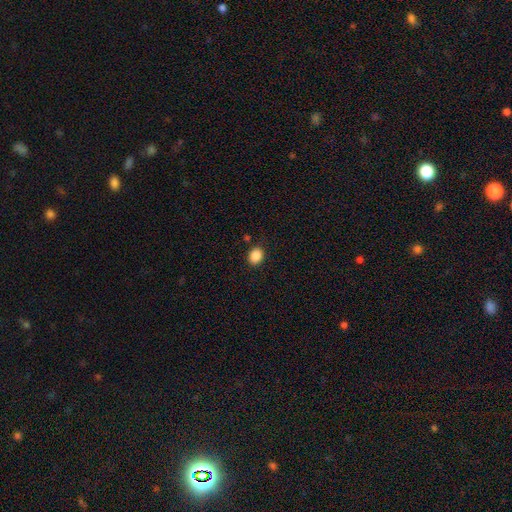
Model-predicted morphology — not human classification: A smooth galaxy with no disk features (87%) that is round (53%).

Vote fractions:
- Smooth or featured? smooth: 87% / star or artifact: 9% / featured or disk: 3%
- How rounded? round: 53% / in between: 46% / cigar-shaped: 1%
- Merging? none: 87% / minor disturbance: 9% / major disturbance: 2% / merger: 2%